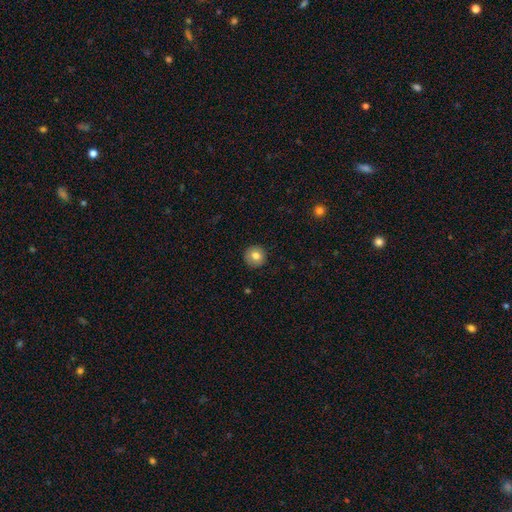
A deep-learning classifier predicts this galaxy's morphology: smooth 79%, featured or disk 12%, star or artifact 9%. Down the decision tree: how rounded — round (94%); merging — none (90%).